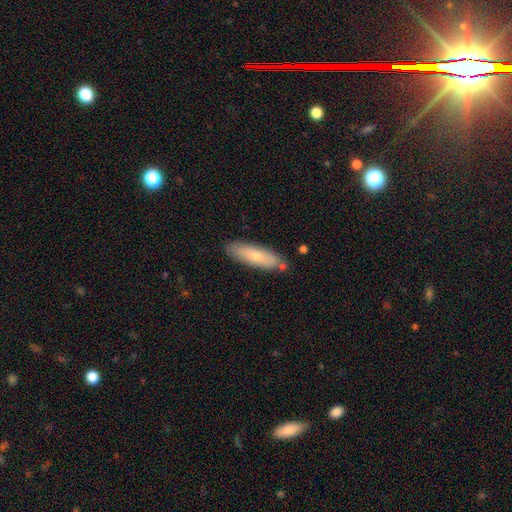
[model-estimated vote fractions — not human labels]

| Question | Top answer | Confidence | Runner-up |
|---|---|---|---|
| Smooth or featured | smooth | 67% | featured or disk (27%) |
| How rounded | cigar-shaped | 59% | in between (39%) |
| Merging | none | 81% | minor disturbance (13%) |